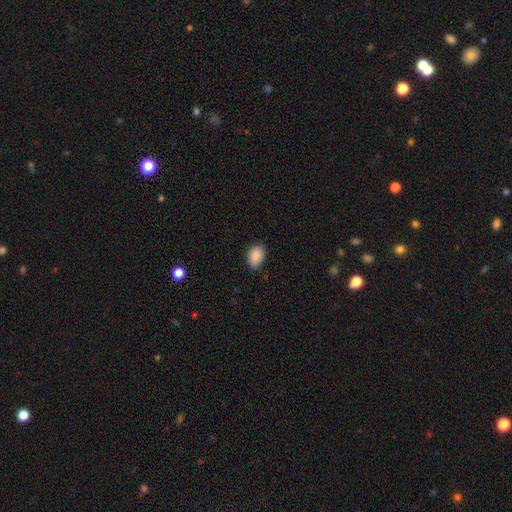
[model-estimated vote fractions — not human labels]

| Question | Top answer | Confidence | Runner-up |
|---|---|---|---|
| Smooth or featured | smooth | 88% | star or artifact (7%) |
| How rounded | in between | 83% | round (16%) |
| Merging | none | 73% | minor disturbance (23%) |